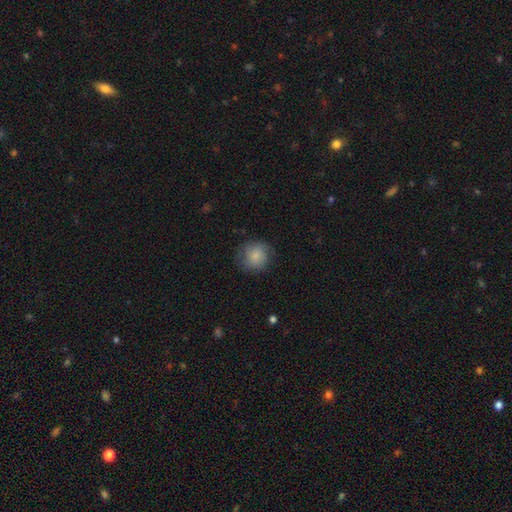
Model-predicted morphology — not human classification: smooth_or_featured: smooth (p=0.78) [alt: featured or disk p=0.14]
how_rounded: round (p=0.87) [alt: in between p=0.12]
merging: none (p=0.74) [alt: minor disturbance p=0.19]